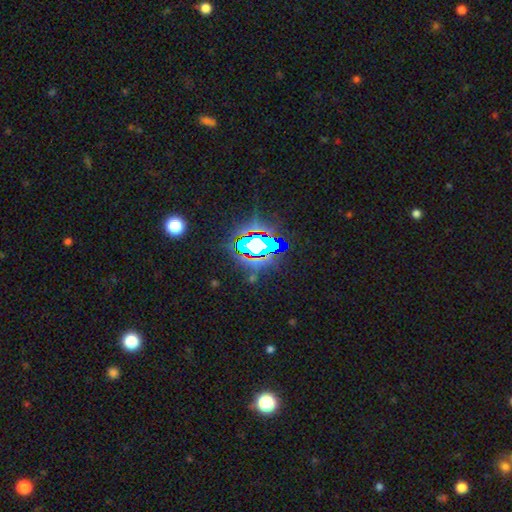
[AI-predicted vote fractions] Overall: star or artifact (68%).